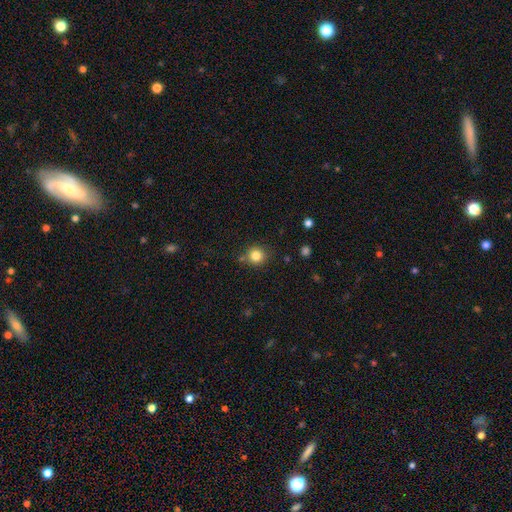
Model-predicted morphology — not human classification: Smooth or featured? Predicted: smooth (p=0.83). How rounded? Predicted: round (p=0.92). Merging? Predicted: none (p=0.81).